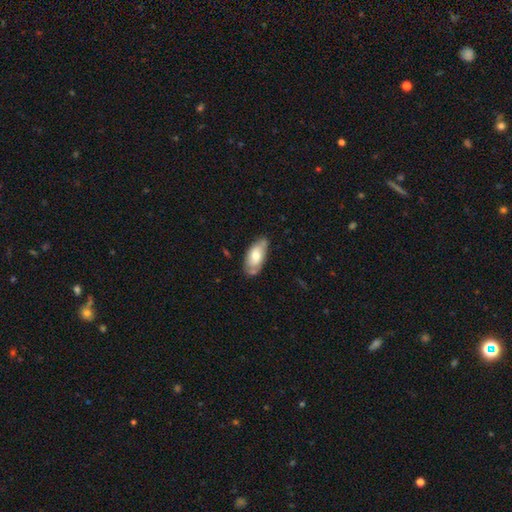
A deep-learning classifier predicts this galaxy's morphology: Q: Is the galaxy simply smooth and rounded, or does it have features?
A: smooth — 62%.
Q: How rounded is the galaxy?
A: in between — 91%.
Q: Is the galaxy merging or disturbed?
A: none — 64%.